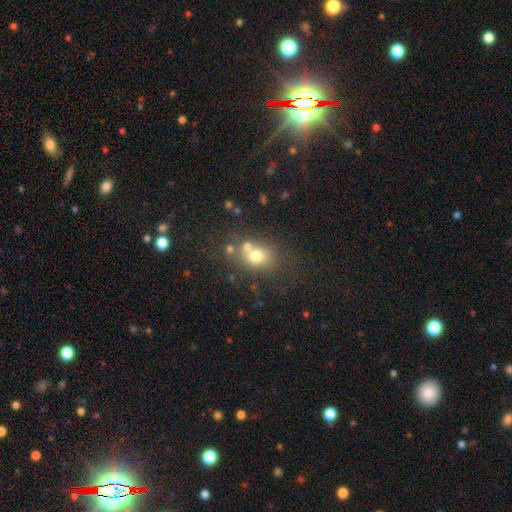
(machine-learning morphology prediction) Overall: smooth (68%). How rounded: round (58%; in between 41%). Merging: none (52%; merger 29%).